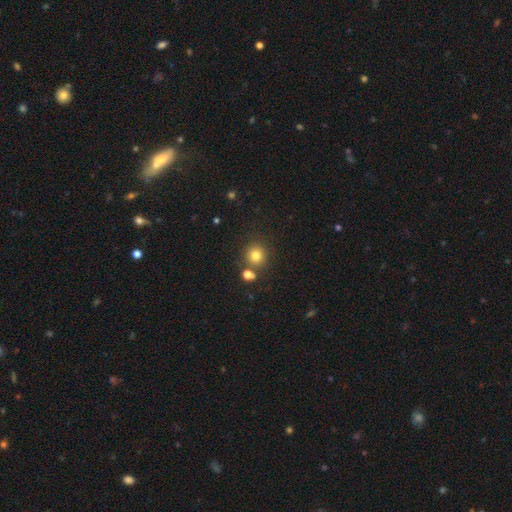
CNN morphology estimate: smooth 79%, star or artifact 14%, featured or disk 7%. Down the decision tree: how rounded — round (91%); merging — none (77%).